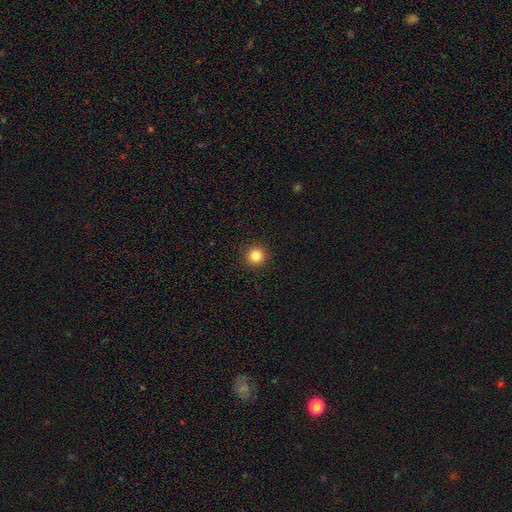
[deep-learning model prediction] This appears to be a smooth galaxy with no disk features (83%) that is round (95%). Merging: none (93%).